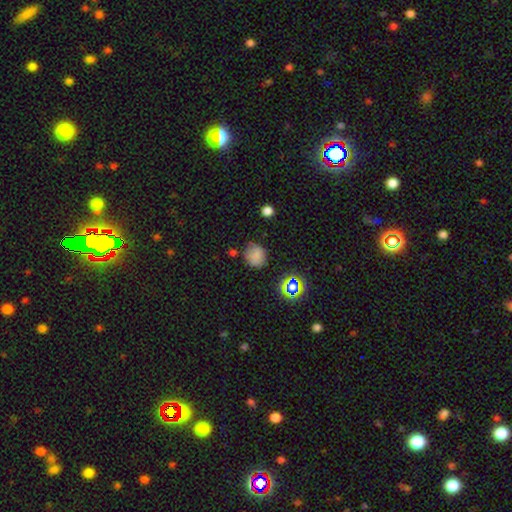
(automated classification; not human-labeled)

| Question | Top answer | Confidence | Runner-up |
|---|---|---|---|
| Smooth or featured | smooth | 76% | star or artifact (16%) |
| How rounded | round | 77% | in between (22%) |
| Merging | none | 71% | minor disturbance (20%) |